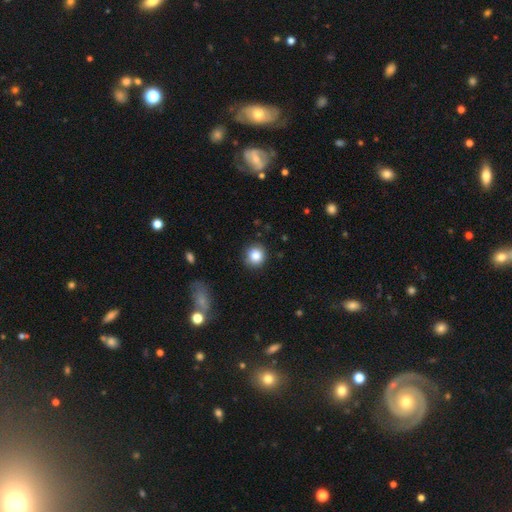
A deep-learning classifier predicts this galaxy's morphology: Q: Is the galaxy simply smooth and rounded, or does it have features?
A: smooth — 85%.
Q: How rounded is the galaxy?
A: round — 90%.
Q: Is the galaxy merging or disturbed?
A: none — 87%.